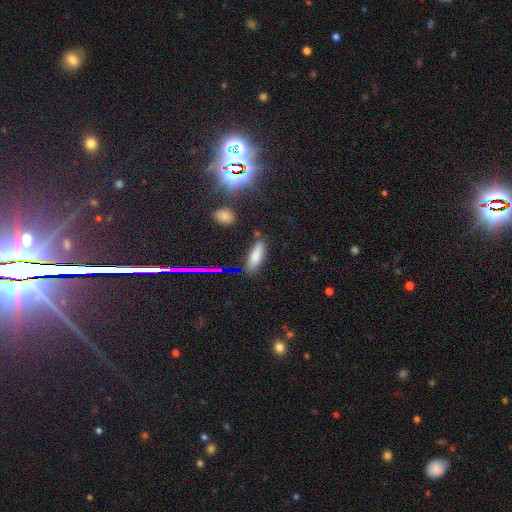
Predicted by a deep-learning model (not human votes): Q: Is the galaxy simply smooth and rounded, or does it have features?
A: smooth — 76%.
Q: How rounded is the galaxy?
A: in between — 58%.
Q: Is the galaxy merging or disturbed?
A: none — 78%.